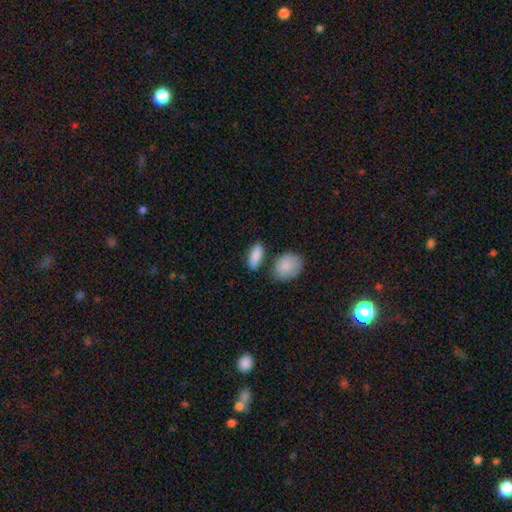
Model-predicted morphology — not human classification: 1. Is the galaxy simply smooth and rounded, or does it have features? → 88% smooth, 6% featured or disk, 6% star or artifact.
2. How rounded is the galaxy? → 81% in between, 15% cigar-shaped, 4% round.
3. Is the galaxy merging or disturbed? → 72% none, 13% minor disturbance, 11% merger, 4% major disturbance.